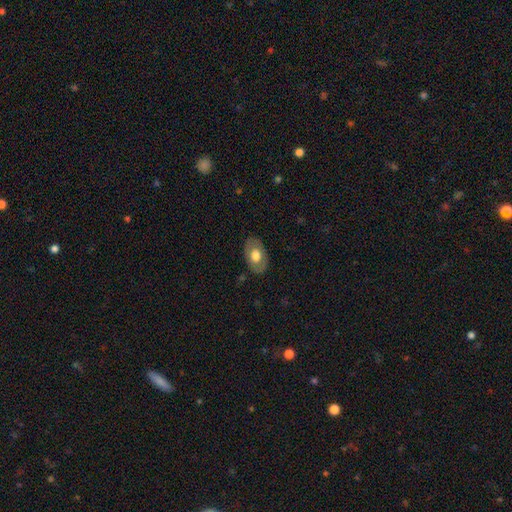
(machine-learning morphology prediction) This is likely a smooth galaxy (61%). How rounded: clearly in between (87%). Merging: clearly none (83%).